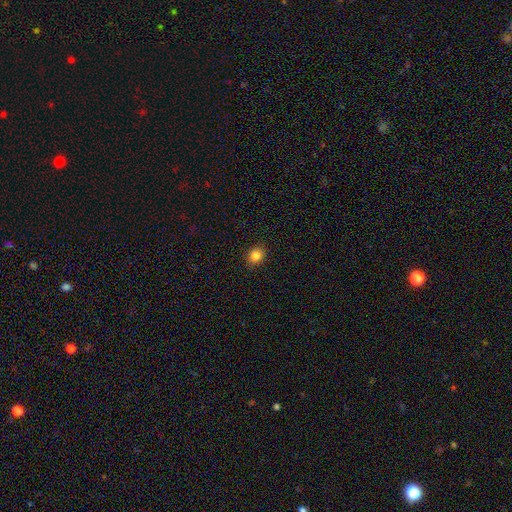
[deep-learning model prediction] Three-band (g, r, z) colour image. It shows a smooth galaxy with no disk features (84%) that is round (67%). Merging: none (89%).